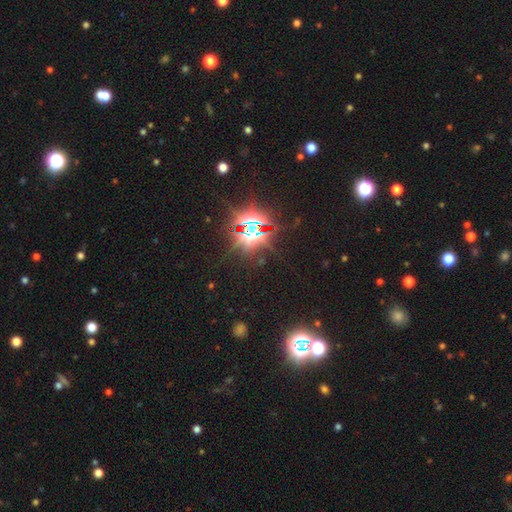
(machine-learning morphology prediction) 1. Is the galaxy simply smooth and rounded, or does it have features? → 81% star or artifact, 12% smooth, 6% featured or disk.